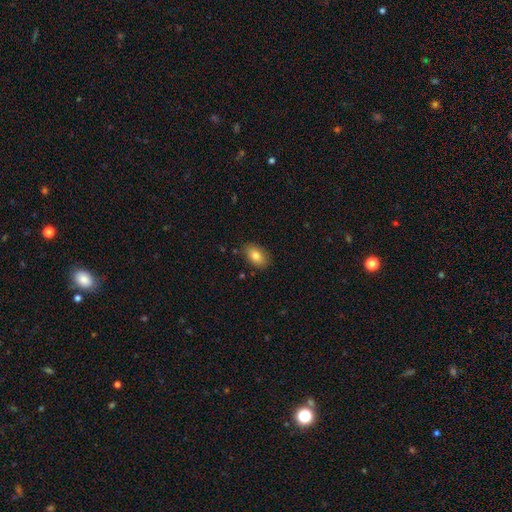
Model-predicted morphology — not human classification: Smooth or featured?
  - smooth: 81% *
  - featured or disk: 11%
  - star or artifact: 8%
How rounded?
  - in between: 89% *
  - round: 9%
  - cigar-shaped: 2%
Merging?
  - none: 84% *
  - minor disturbance: 12%
  - major disturbance: 2%
  - merger: 2%